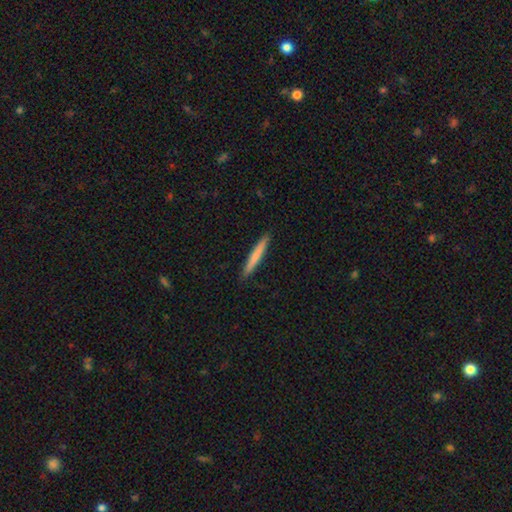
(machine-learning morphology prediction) Smooth or featured? Predicted: smooth (p=0.71). How rounded? Predicted: cigar-shaped (p=0.96). Merging? Predicted: none (p=0.92).